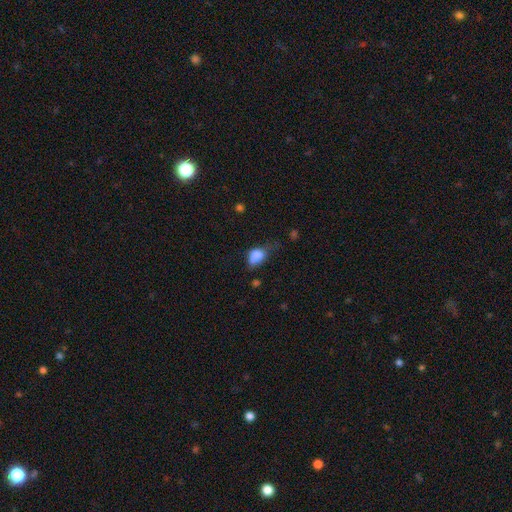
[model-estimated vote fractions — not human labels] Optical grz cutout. It shows a smooth galaxy with no disk features (81%) that is in between round and cigar-shaped (73%). Merging: minor disturbance (42%).